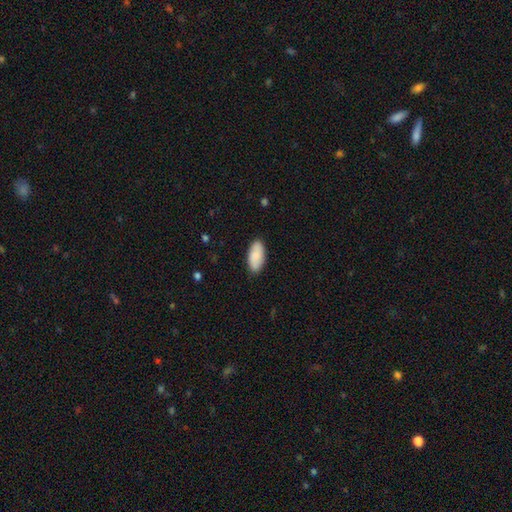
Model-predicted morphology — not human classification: Overall: smooth (87%). How rounded: in between (93%). Merging: none (87%).